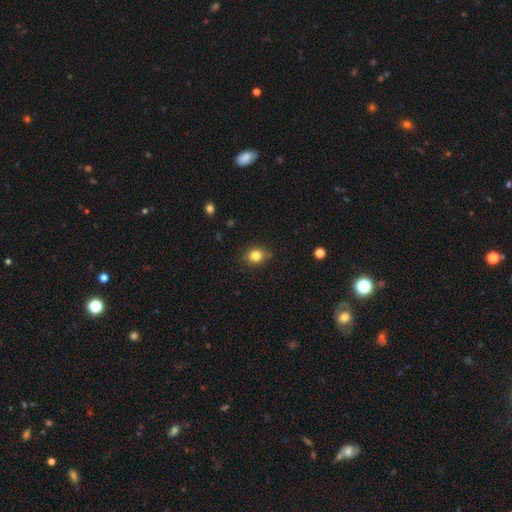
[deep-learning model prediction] A smooth galaxy with no disk features (82%) that is round (68%). Merging: none (85%).